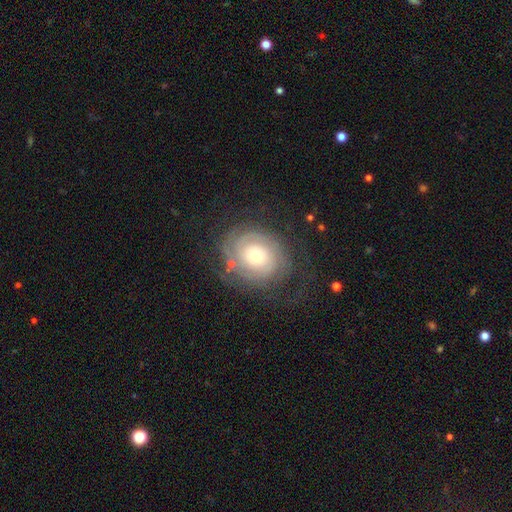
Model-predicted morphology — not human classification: This is likely a featured or disk galaxy (78%). It is clearly not viewed edge-on (97%). Bar: likely no (79%). Spiral arm pattern: clearly yes (92%). Spiral arm count: marginally can't tell (35%, tied with 2). Spiral winding: likely tight (76%). Central bulge: possibly small (47%). Merging: likely none (69%).